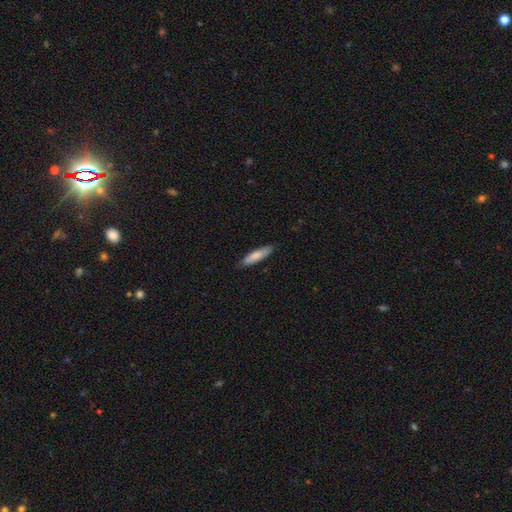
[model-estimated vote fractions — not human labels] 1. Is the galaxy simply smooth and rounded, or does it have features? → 80% smooth, 14% featured or disk, 5% star or artifact.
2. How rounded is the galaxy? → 75% cigar-shaped, 24% in between, 1% round.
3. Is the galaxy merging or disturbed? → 84% none, 13% minor disturbance, 2% major disturbance, 1% merger.